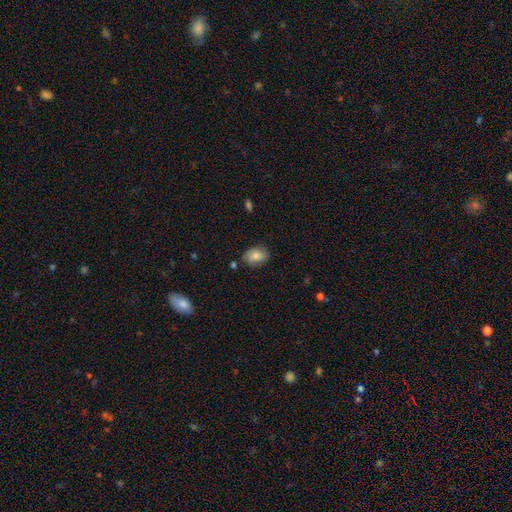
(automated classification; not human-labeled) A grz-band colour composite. It shows a smooth galaxy with no disk features (71%) that is in between round and cigar-shaped (76%). Merging: none (71%).